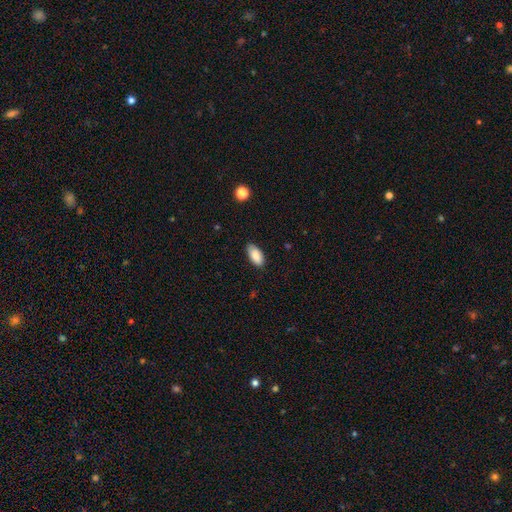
Morphology: type=smooth (85%); roundness=in between (91%); merging=none (76%).